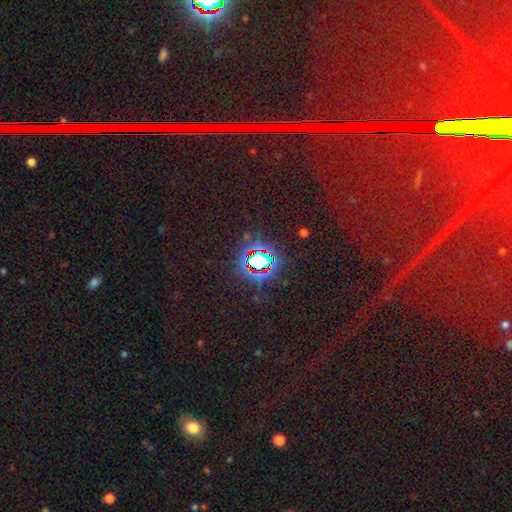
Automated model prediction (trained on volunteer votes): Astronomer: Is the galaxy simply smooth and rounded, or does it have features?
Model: star or artifact — 78%.